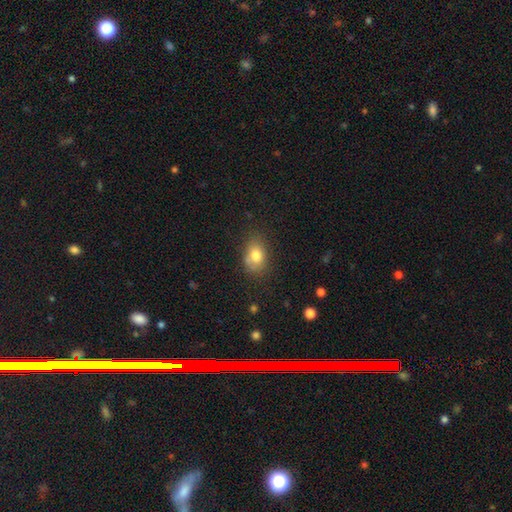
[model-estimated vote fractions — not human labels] smooth 79%, featured or disk 11%, star or artifact 10%. Down the decision tree: how rounded — in between (74%); merging — none (65%).